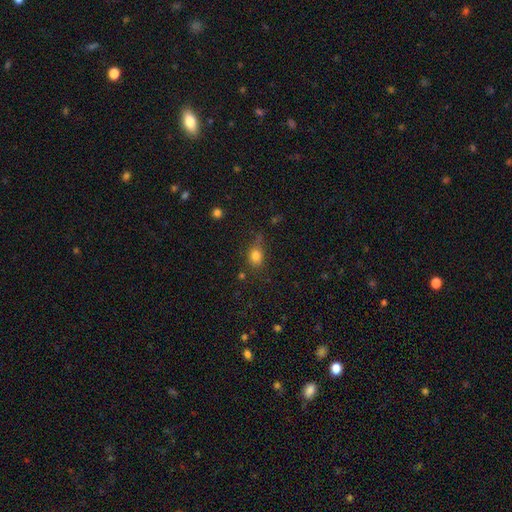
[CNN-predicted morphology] This appears to be a smooth galaxy with no disk features (80%) that is round (54%). Merging: none (61%).